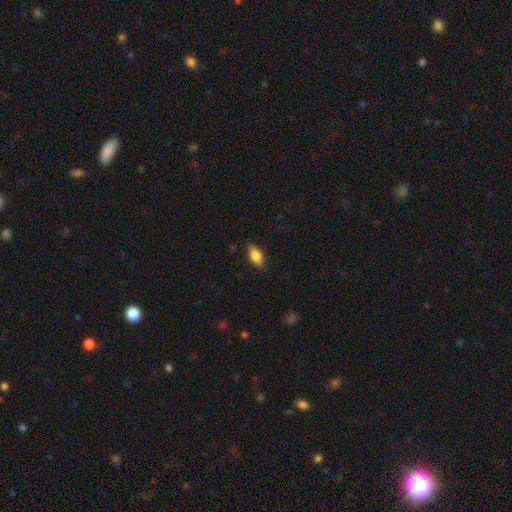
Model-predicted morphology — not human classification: smooth_or_featured: smooth (p=0.78) [alt: featured or disk p=0.15]
how_rounded: in between (p=0.86) [alt: cigar-shaped p=0.10]
merging: none (p=0.85) [alt: minor disturbance p=0.12]